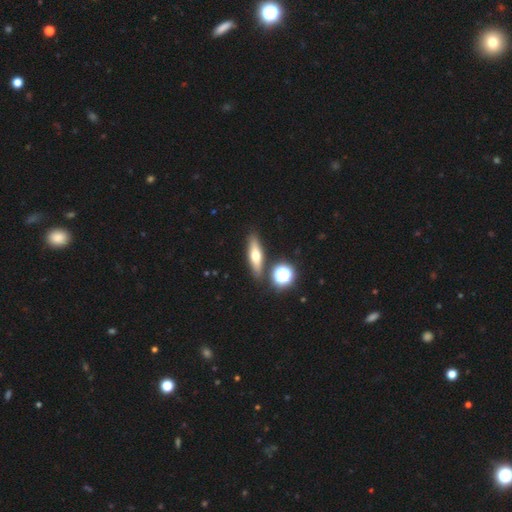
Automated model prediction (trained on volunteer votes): Smooth or featured: smooth — 53% (featured or disk — 36%)
How rounded: cigar-shaped — 55% (in between — 35%)
Merging: none — 84% (minor disturbance — 8%)